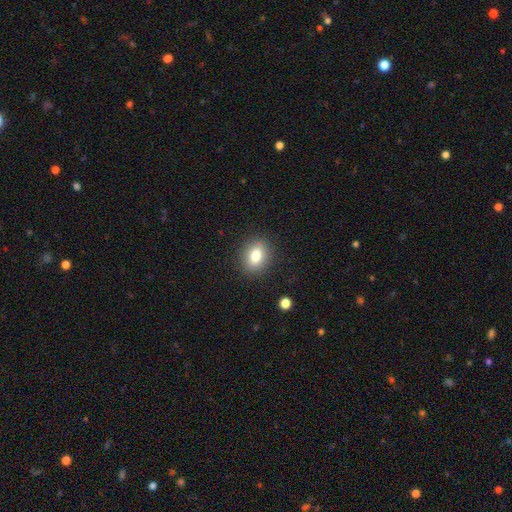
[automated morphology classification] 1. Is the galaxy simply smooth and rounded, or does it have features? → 80% smooth, 10% star or artifact, 10% featured or disk.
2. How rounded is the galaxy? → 54% in between, 44% round, 1% cigar-shaped.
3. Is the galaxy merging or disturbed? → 88% none, 8% minor disturbance, 3% major disturbance, 1% merger.